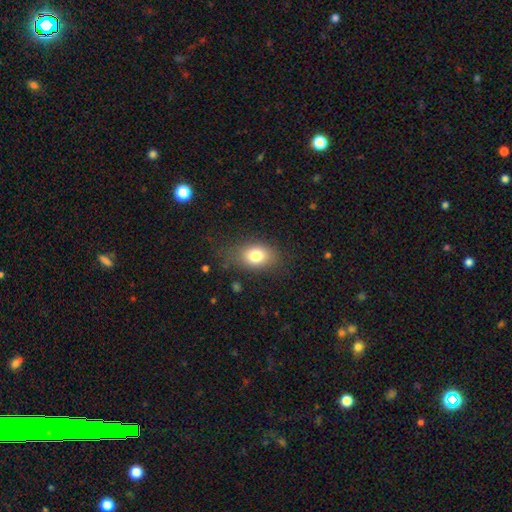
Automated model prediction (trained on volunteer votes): Smooth or featured: smooth — 78% (featured or disk — 12%)
How rounded: in between — 74% (round — 24%)
Merging: none — 76% (minor disturbance — 17%)